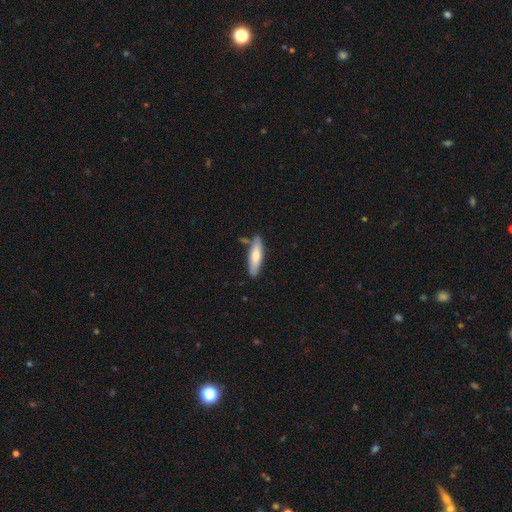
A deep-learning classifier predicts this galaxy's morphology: Smooth or featured? Predicted: smooth (p=0.72). How rounded? Predicted: cigar-shaped (p=0.66). Merging? Predicted: none (p=0.78).